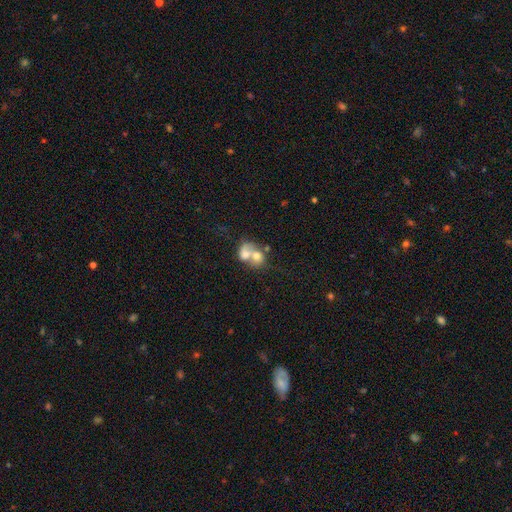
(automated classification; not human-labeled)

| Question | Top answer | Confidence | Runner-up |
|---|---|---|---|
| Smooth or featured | smooth | 61% | featured or disk (30%) |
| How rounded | round | 53% | in between (46%) |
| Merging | merger | 75% | none (14%) |